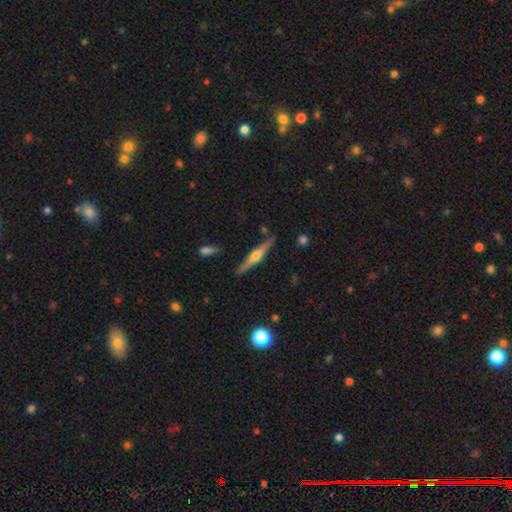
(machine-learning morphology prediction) smooth-or-featured: featured or disk: 69% | smooth: 24% | star or artifact: 6%
  disk-edge-on: yes: 98% | no: 2%
    edge-on-bulge: rounded: 89% | boxy: 6% | none: 5%
  merging: none: 88% | minor disturbance: 8% | merger: 2% | major disturbance: 2%